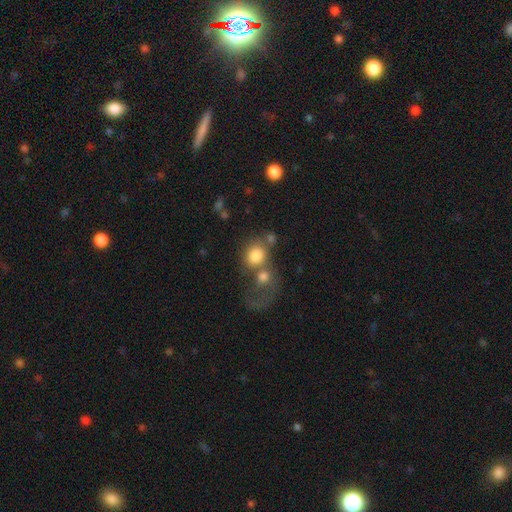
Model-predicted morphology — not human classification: smooth_or_featured: smooth (p=0.76) [alt: featured or disk p=0.14]
how_rounded: round (p=0.62) [alt: in between p=0.37]
merging: merger (p=0.55) [alt: none p=0.25]